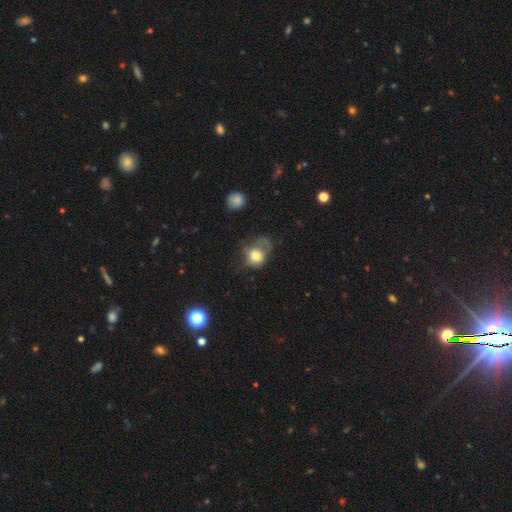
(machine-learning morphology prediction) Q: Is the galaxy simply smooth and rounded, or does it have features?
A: smooth — 69%.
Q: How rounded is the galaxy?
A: round — 50%.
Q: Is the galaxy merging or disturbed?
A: major disturbance — 45%.